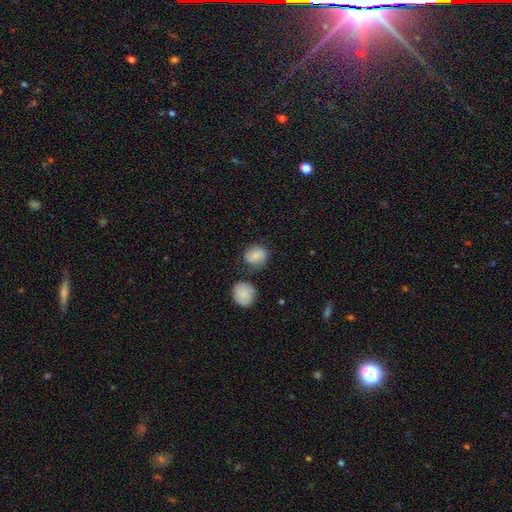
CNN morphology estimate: smooth 80%, featured or disk 12%, star or artifact 9%. Down the decision tree: how rounded — round (65%); merging — none (64%).